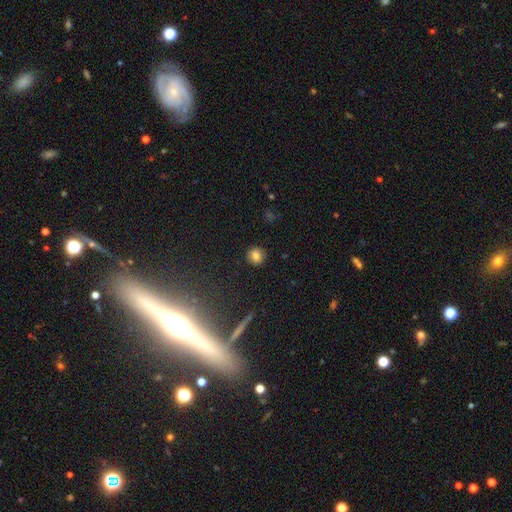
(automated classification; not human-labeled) smooth 79%, star or artifact 13%, featured or disk 8%. Down the decision tree: how rounded — round (88%); merging — none (90%).